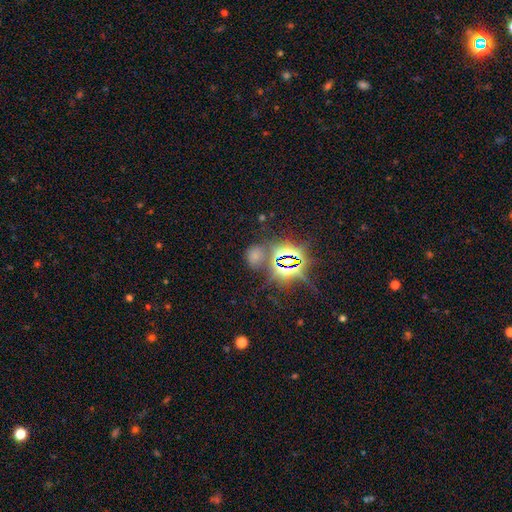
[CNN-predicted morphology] A star or artifact, not a galaxy (50%).